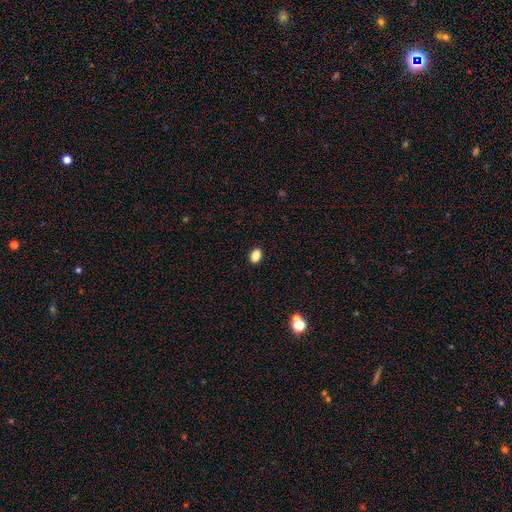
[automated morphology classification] Smooth or featured? smooth (86%)
How rounded? in between (79%)
Merging? none (90%)